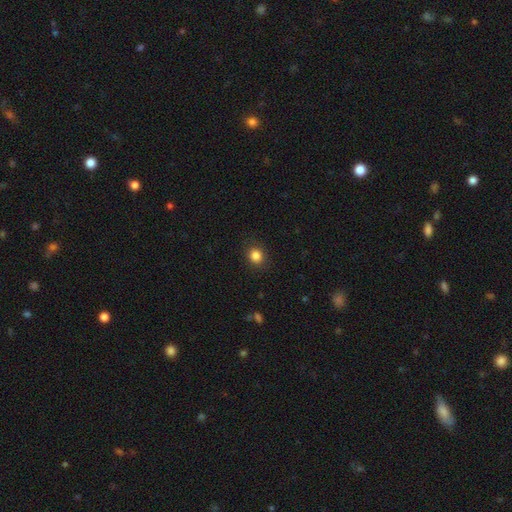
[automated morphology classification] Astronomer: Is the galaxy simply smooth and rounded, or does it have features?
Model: smooth — 85%.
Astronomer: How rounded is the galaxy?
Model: round — 78%.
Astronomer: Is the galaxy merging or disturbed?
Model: none — 88%.